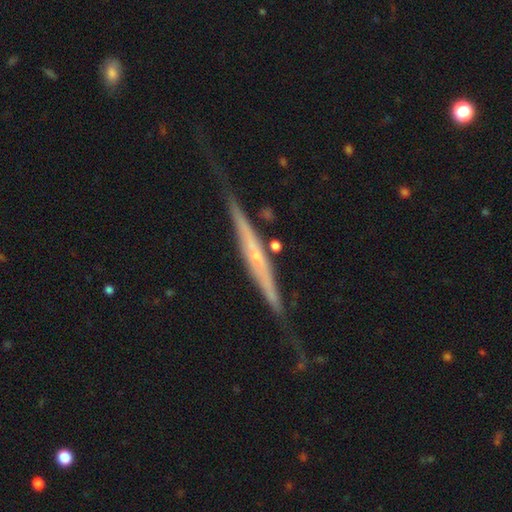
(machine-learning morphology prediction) Smooth or featured: featured or disk — 76% (smooth — 18%)
Edge-on disk: yes — 94% (no — 6%)
Edge-on bulge: none — 54% (rounded — 36%)
Merging: none — 66% (minor disturbance — 23%)